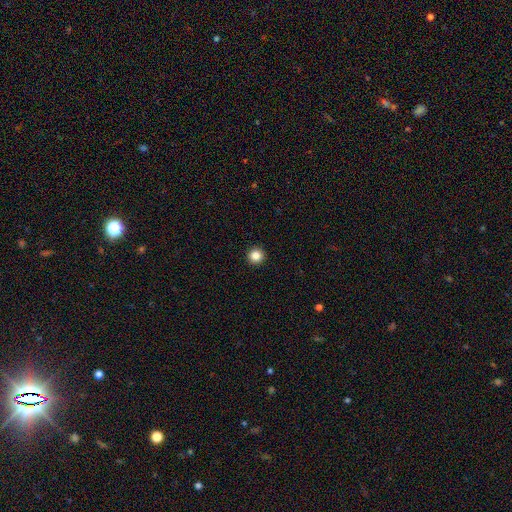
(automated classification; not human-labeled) Smooth or featured: smooth — 85% (star or artifact — 11%)
How rounded: round — 96% (in between — 3%)
Merging: none — 94% (minor disturbance — 4%)